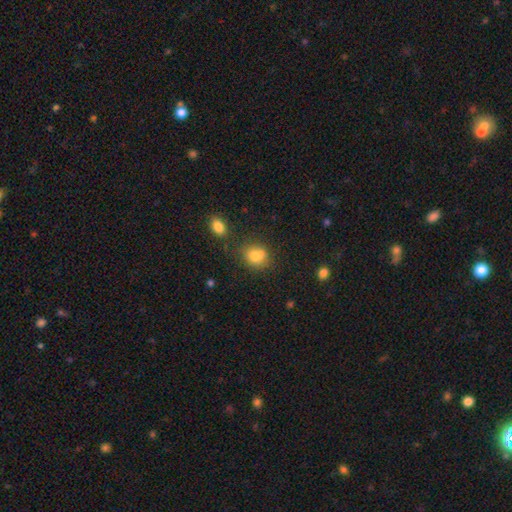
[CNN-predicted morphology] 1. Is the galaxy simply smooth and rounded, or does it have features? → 77% smooth, 12% star or artifact, 11% featured or disk.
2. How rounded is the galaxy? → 60% round, 39% in between, 1% cigar-shaped.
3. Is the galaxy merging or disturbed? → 52% none, 24% merger, 18% minor disturbance, 6% major disturbance.